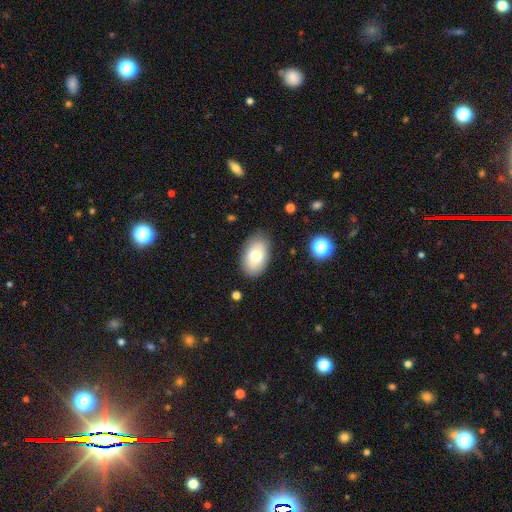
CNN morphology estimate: Overall: smooth (73%). How rounded: in between (90%). Merging: none (84%).